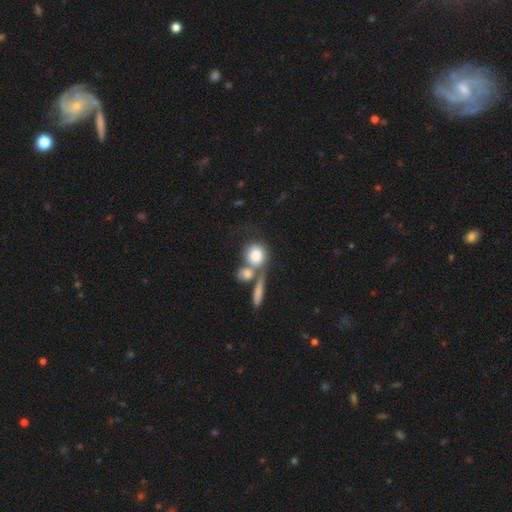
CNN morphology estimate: Overall: smooth (76%). How rounded: round (77%). Merging: merger (43%; none 39%).